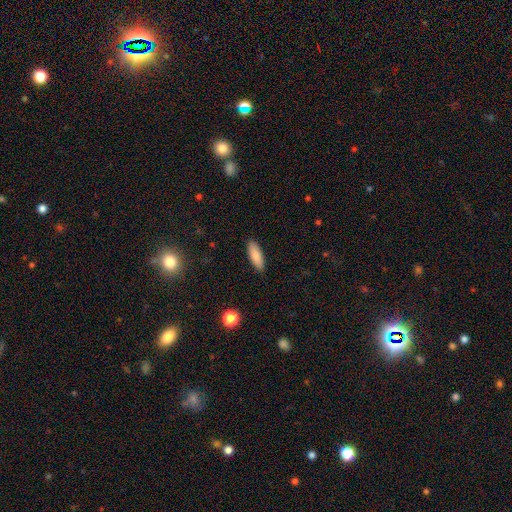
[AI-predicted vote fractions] The model was most divided on "how rounded": in between: 63%, cigar-shaped: 36%, round: 2%. More confident: merging — none (89%); smooth or featured — smooth (86%).